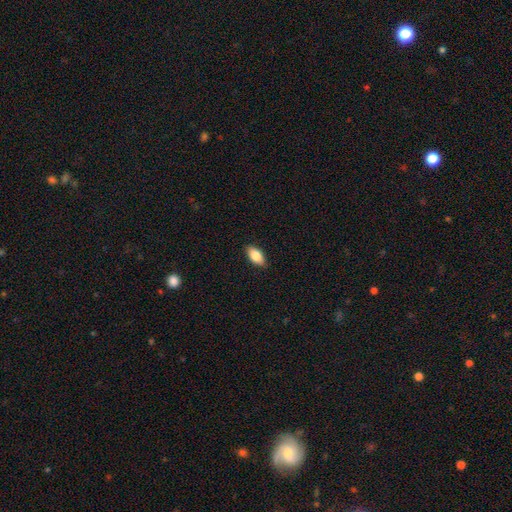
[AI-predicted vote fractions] This is clearly a smooth galaxy (83%). How rounded: clearly in between (91%). Merging: clearly none (88%).